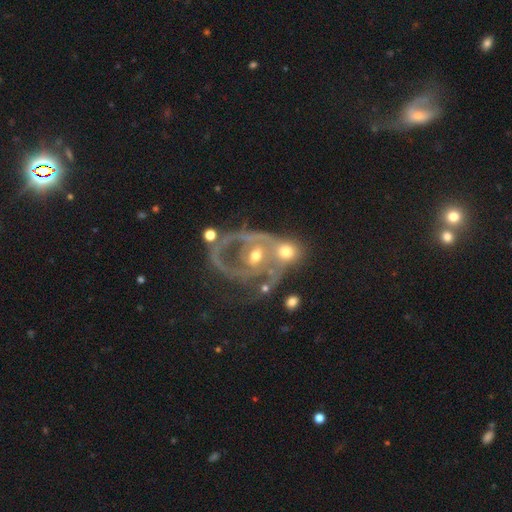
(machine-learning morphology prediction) smooth-or-featured: featured or disk: 75% | smooth: 16% | star or artifact: 9%
  disk-edge-on: no: 97% | yes: 3%
    bar: no: 58% | weak: 30% | strong: 12%
    has-spiral-arms: yes: 63% | no: 37%
    bulge-size: moderate: 59% | small: 30% | large: 6% | none: 4% | dominant: 2%
  merging: merger: 42% | major disturbance: 23% | none: 21% | minor disturbance: 13%